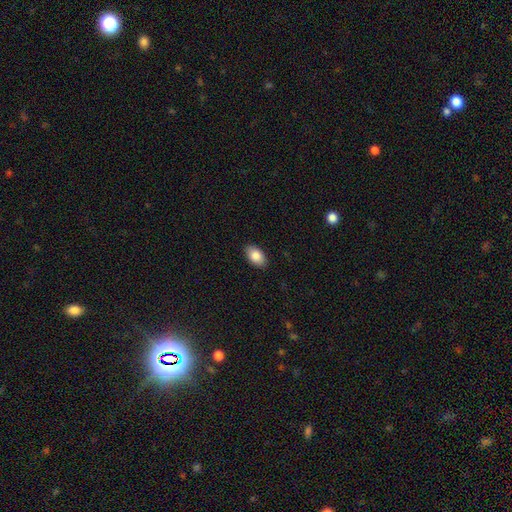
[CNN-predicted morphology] type=smooth (86%); roundness=in between (92%); merging=none (89%).